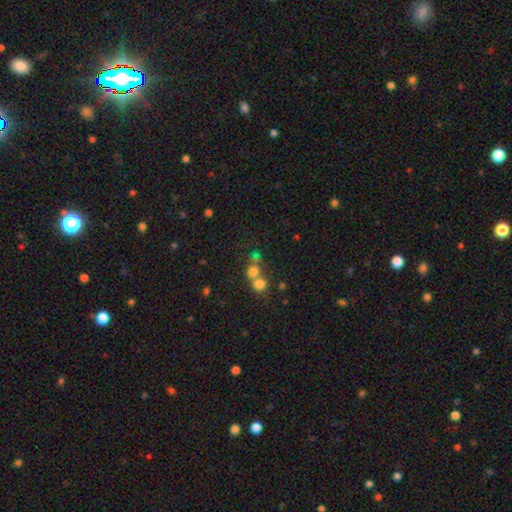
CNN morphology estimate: Smooth or featured: smooth — 52% (star or artifact — 31%)
How rounded: round — 80% (in between — 18%)
Merging: merger — 50% (none — 40%)